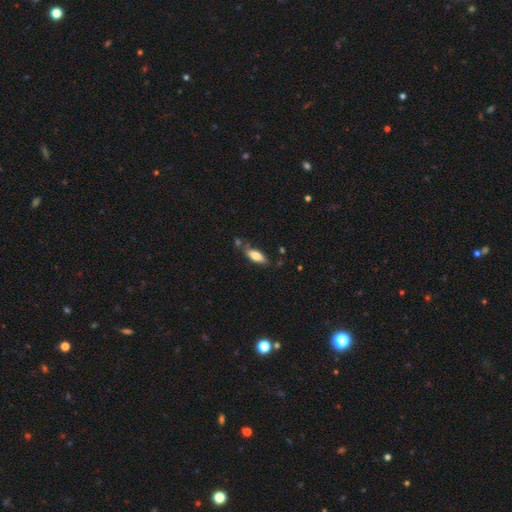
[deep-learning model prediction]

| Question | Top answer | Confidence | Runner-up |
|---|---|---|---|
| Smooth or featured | smooth | 76% | featured or disk (17%) |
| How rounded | in between | 74% | cigar-shaped (24%) |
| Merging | none | 67% | minor disturbance (20%) |